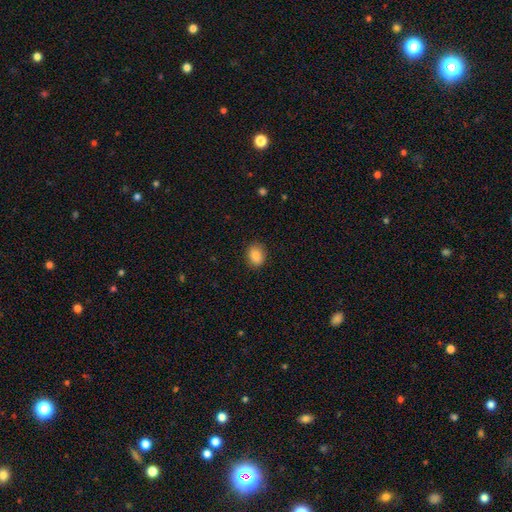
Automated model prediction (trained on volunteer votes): This is clearly a smooth galaxy (87%). How rounded: likely in between (62%). Merging: clearly none (86%).